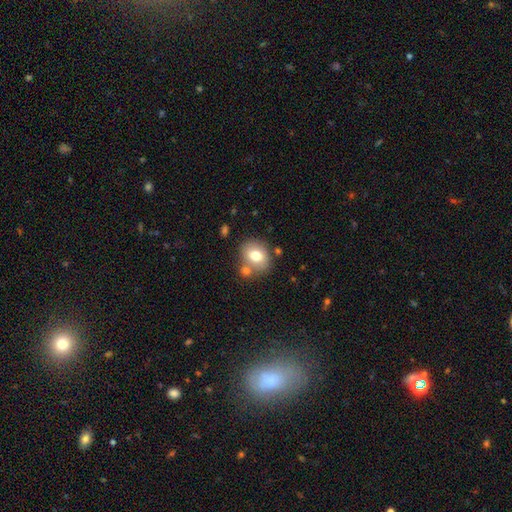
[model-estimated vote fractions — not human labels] Smooth or featured? Predicted: smooth (p=0.72). How rounded? Predicted: round (p=0.61). Merging? Predicted: none (p=0.65).